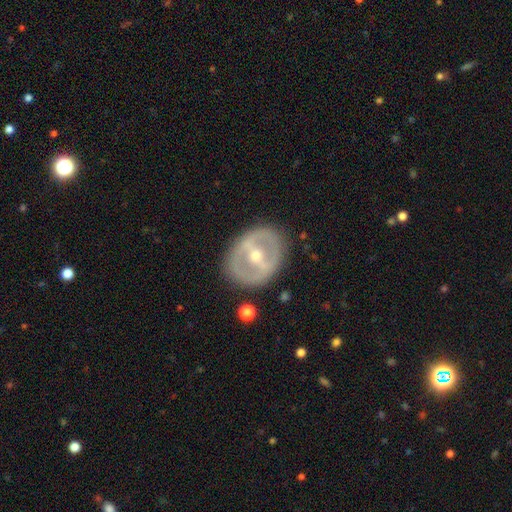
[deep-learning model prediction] The model was most divided on "bulge size": moderate: 55%, small: 42%, large: 2%, none: 1%, dominant: 1%. More confident: edge-on disk — no (92%); merging — none (82%); spiral arms — no (77%); smooth or featured — featured or disk (76%); bar — strong (60%).